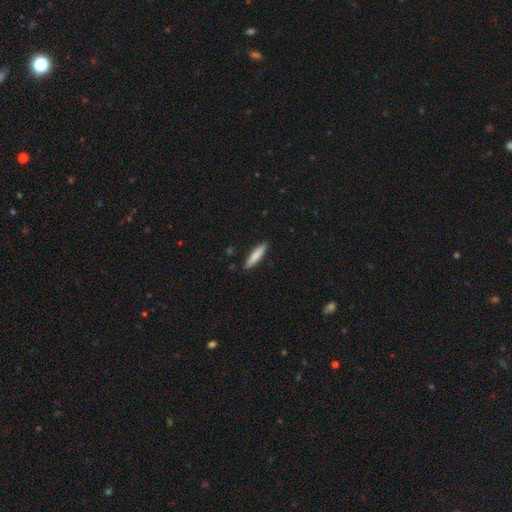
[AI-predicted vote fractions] A smooth galaxy with no disk features (82%) that is cigar-shaped (85%). Merging: none (89%).